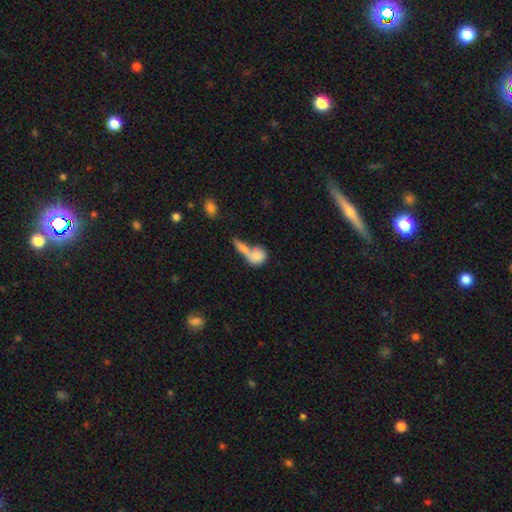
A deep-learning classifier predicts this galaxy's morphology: This appears to be a smooth galaxy with no disk features (77%) that is round (56%). Merging: merger (57%).